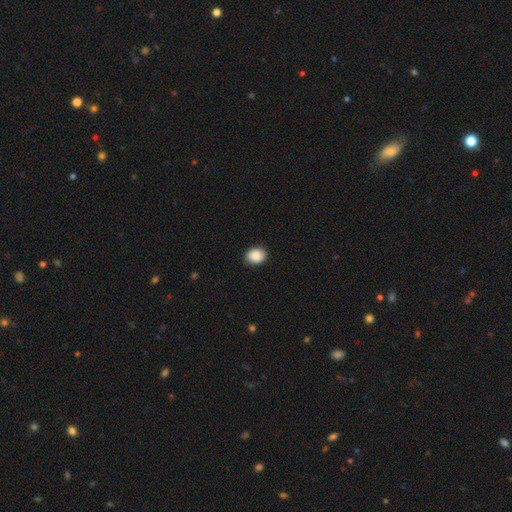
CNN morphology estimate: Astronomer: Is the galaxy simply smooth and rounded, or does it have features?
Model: smooth — 89%.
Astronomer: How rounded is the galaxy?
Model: round — 55% (runner-up: in between, 44%).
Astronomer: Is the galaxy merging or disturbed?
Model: none — 88%.